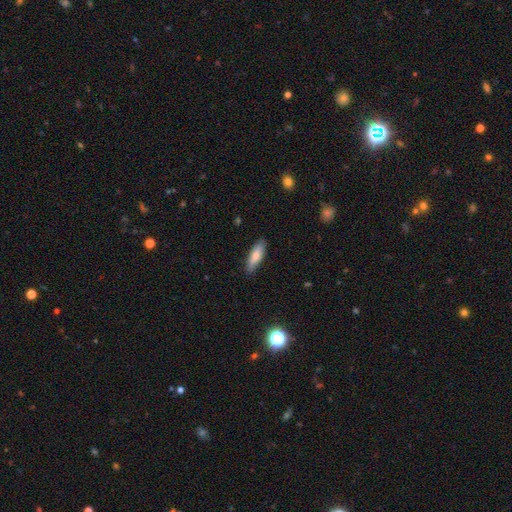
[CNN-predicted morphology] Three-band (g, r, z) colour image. It shows a smooth galaxy with no disk features (75%) that is cigar-shaped (50%). Merging: none (82%).